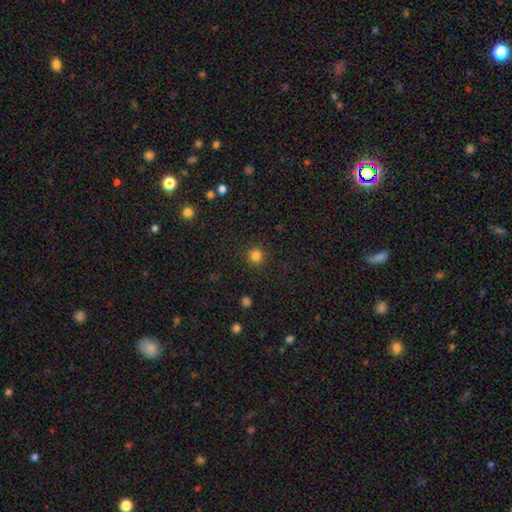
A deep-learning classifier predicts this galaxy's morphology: Smooth or featured?
  - smooth: 83% *
  - star or artifact: 13%
  - featured or disk: 4%
How rounded?
  - round: 94% *
  - in between: 5%
  - cigar-shaped: 1%
Merging?
  - none: 91% *
  - minor disturbance: 6%
  - major disturbance: 2%
  - merger: 1%